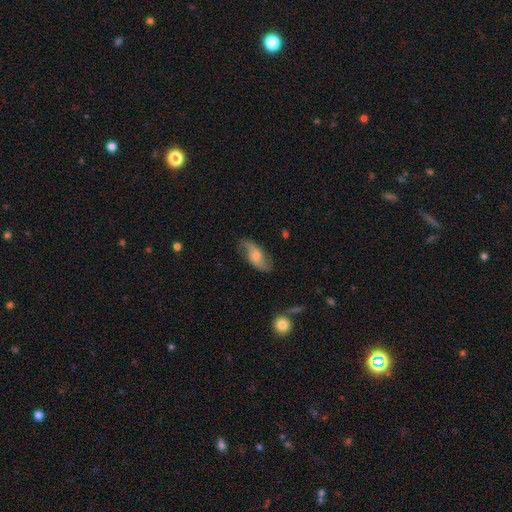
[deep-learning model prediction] This is likely a featured or disk galaxy (66%). It is clearly not viewed edge-on (94%). Bar: possibly no (57%). Spiral arm pattern: clearly yes (91%). Spiral arm count: clearly 2 (84%). Spiral winding: possibly loose (60%). Central bulge: possibly moderate (49%). Merging: likely none (70%).